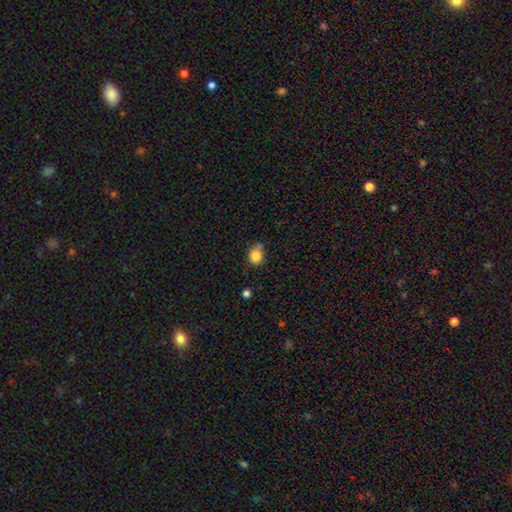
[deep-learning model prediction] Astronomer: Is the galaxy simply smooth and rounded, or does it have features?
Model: smooth — 83%.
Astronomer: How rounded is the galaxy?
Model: round — 72%.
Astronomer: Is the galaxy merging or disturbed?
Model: none — 54% (runner-up: minor disturbance, 30%).